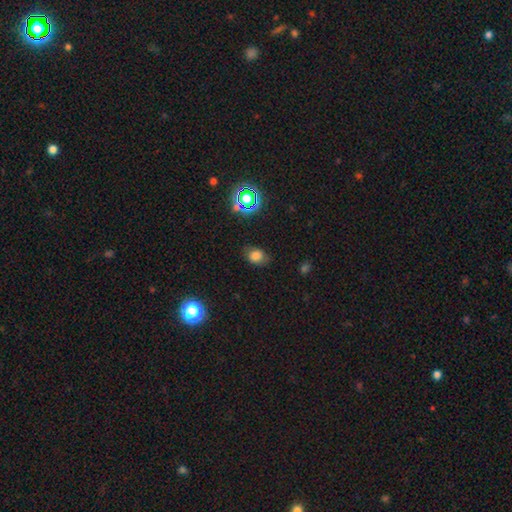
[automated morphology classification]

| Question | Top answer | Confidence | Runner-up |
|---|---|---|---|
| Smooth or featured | smooth | 75% | star or artifact (17%) |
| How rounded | in between | 62% | round (36%) |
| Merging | none | 74% | minor disturbance (19%) |